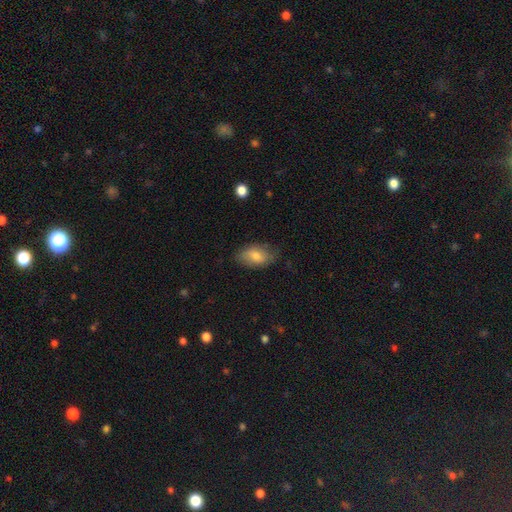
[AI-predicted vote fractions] A smooth galaxy with no disk features (72%) that is in between round and cigar-shaped (91%).

Vote fractions:
- Smooth or featured? smooth: 72% / featured or disk: 21% / star or artifact: 7%
- How rounded? in between: 91% / round: 7% / cigar-shaped: 3%
- Merging? none: 74% / minor disturbance: 21% / major disturbance: 4% / merger: 1%